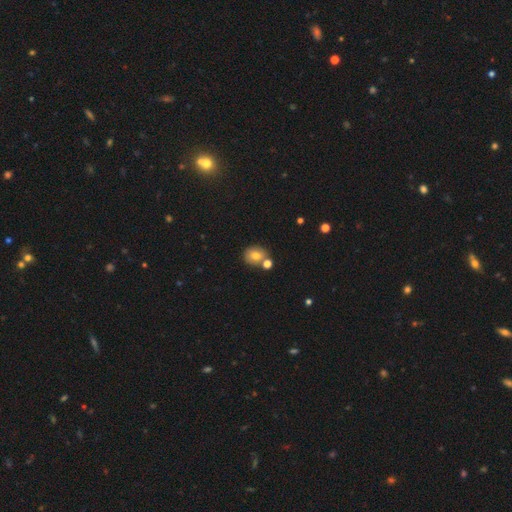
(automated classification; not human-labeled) This is likely a smooth galaxy (75%). How rounded: likely round (71%). Merging: likely none (65%).